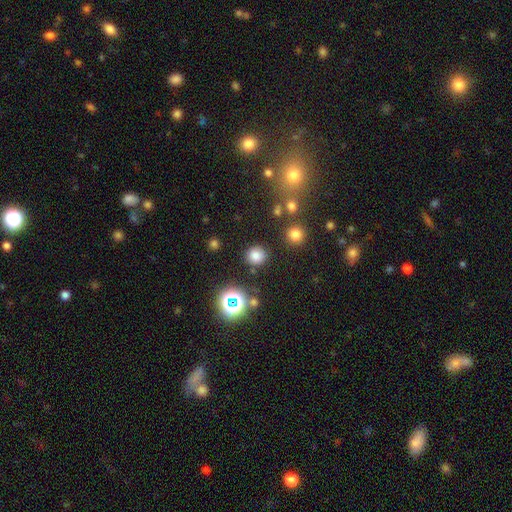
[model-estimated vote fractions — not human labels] smooth-or-featured: smooth: 76% | star or artifact: 18% | featured or disk: 6%
  how-rounded: round: 82% | in between: 17% | cigar-shaped: 1%
  merging: none: 84% | minor disturbance: 9% | merger: 4% | major disturbance: 3%